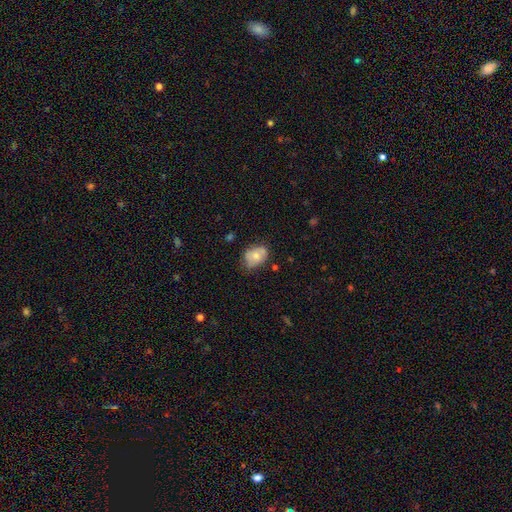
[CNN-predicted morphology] Overall: smooth (67%). How rounded: in between (71%). Merging: none (55%; minor disturbance 34%).